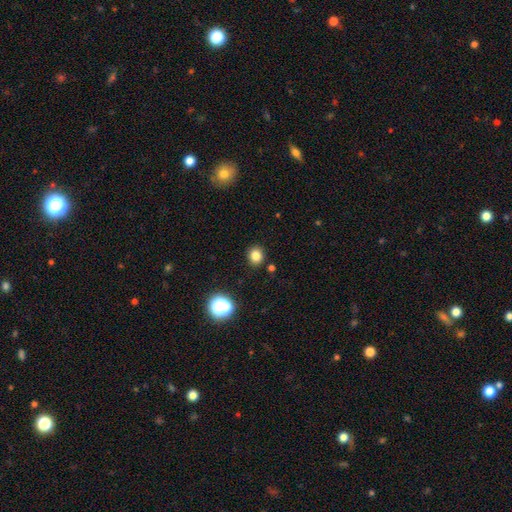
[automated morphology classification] smooth-or-featured: smooth: 80% | star or artifact: 14% | featured or disk: 6%
  how-rounded: round: 81% | in between: 18% | cigar-shaped: 1%
  merging: none: 89% | minor disturbance: 7% | merger: 2% | major disturbance: 2%